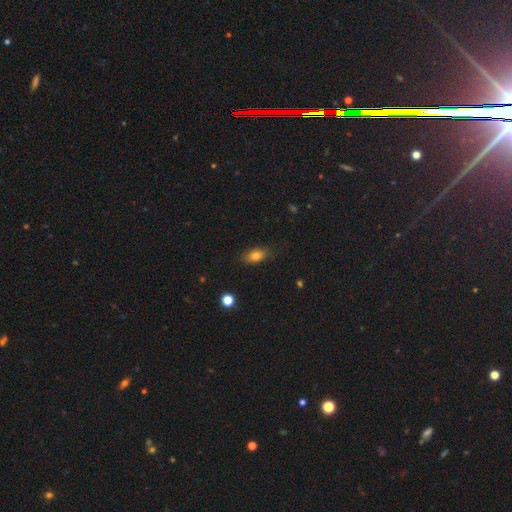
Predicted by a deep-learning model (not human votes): A smooth galaxy with no disk features (80%) that is in between round and cigar-shaped (84%).

Vote fractions:
- Smooth or featured? smooth: 80% / featured or disk: 10% / star or artifact: 10%
- How rounded? in between: 84% / round: 10% / cigar-shaped: 6%
- Merging? none: 82% / minor disturbance: 14% / major disturbance: 3% / merger: 1%